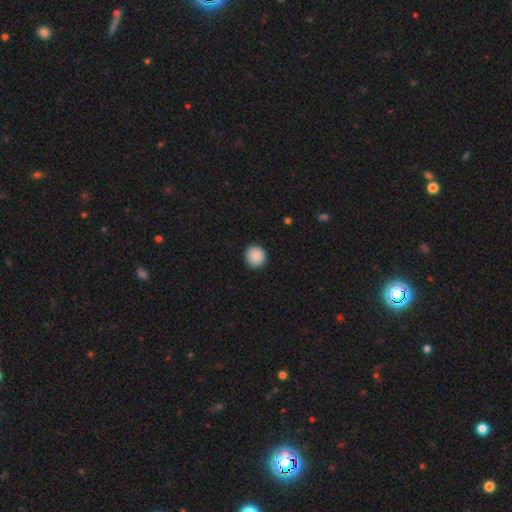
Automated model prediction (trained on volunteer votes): The model was most divided on "smooth or featured": smooth: 89%, star or artifact: 8%, featured or disk: 3%. More confident: merging — none (91%); how rounded — round (91%).